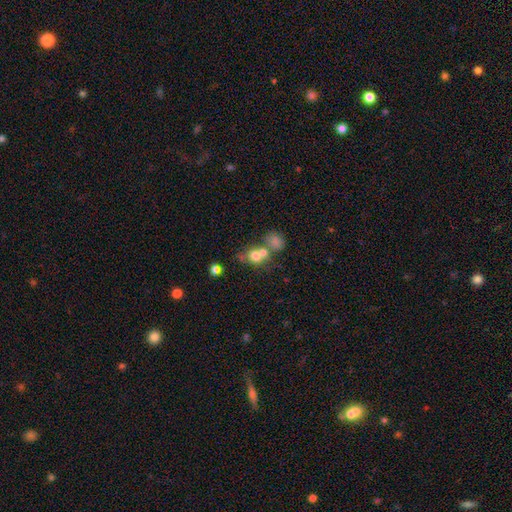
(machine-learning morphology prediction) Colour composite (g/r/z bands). It shows a smooth galaxy with no disk features (69%) that is round (67%). Merging: merger (53%).